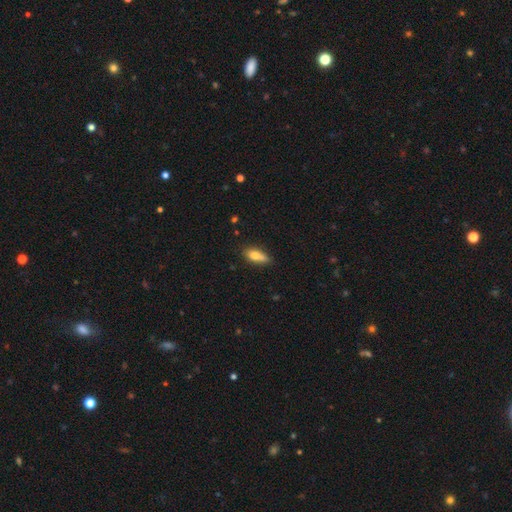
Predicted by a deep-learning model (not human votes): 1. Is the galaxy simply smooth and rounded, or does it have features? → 76% smooth, 16% featured or disk, 8% star or artifact.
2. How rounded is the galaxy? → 73% in between, 24% cigar-shaped, 4% round.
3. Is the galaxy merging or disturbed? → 55% none, 27% minor disturbance, 12% merger, 6% major disturbance.